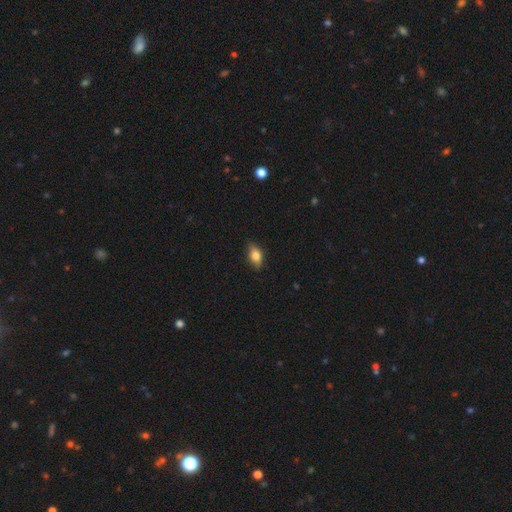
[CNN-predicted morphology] The model was most divided on "smooth or featured": smooth: 74%, featured or disk: 19%, star or artifact: 8%. More confident: how rounded — in between (84%); merging — none (81%).